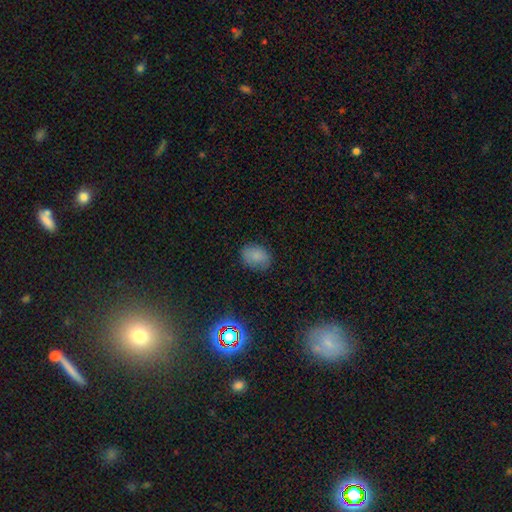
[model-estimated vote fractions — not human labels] smooth-or-featured: smooth: 82% | star or artifact: 12% | featured or disk: 6%
  how-rounded: in between: 69% | round: 30% | cigar-shaped: 1%
  merging: none: 81% | minor disturbance: 14% | major disturbance: 3% | merger: 1%